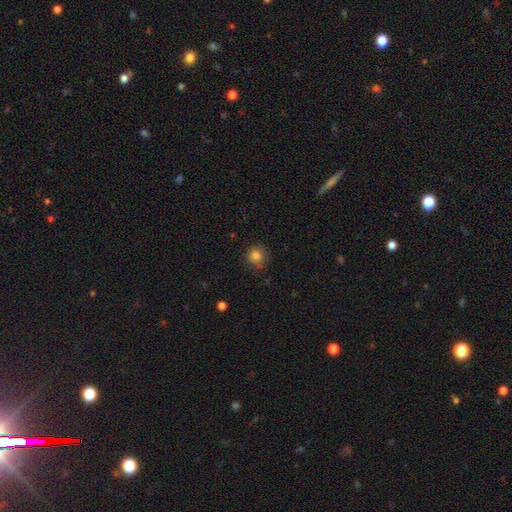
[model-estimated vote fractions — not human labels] smooth_or_featured: smooth (p=0.83) [alt: star or artifact p=0.11]
how_rounded: round (p=0.89) [alt: in between p=0.10]
merging: none (p=0.73) [alt: minor disturbance p=0.20]